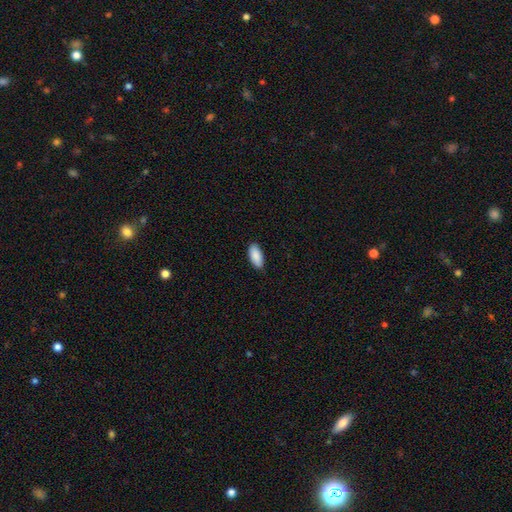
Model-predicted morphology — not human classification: This appears to be a smooth galaxy with no disk features (90%) that is in between round and cigar-shaped (89%). Merging: none (88%).